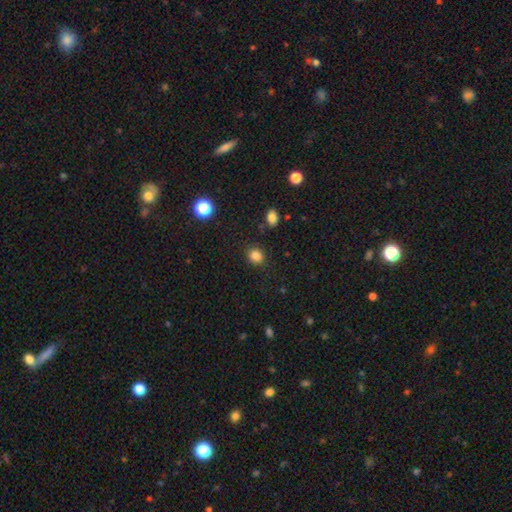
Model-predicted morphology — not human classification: Smooth or featured?
  - smooth: 84% *
  - star or artifact: 12%
  - featured or disk: 4%
How rounded?
  - round: 66% *
  - in between: 33%
  - cigar-shaped: 1%
Merging?
  - none: 83% *
  - minor disturbance: 11%
  - major disturbance: 3%
  - merger: 3%